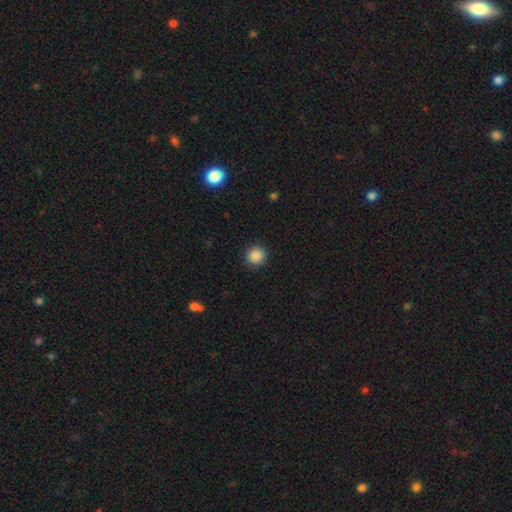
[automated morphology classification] smooth 88%, star or artifact 10%, featured or disk 3%. Down the decision tree: how rounded — round (94%); merging — none (91%).